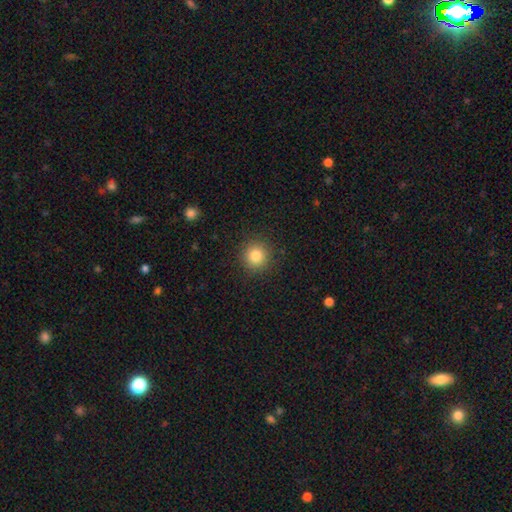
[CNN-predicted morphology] Smooth or featured?
  - smooth: 82% *
  - star or artifact: 12%
  - featured or disk: 6%
How rounded?
  - round: 94% *
  - in between: 5%
  - cigar-shaped: 1%
Merging?
  - none: 90% *
  - minor disturbance: 6%
  - major disturbance: 2%
  - merger: 1%